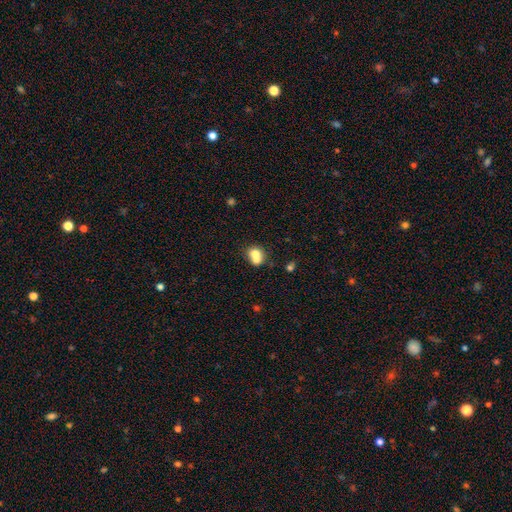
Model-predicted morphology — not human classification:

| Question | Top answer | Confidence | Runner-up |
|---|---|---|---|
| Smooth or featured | smooth | 71% | featured or disk (19%) |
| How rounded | round | 58% | in between (41%) |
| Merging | merger | 62% | none (26%) |